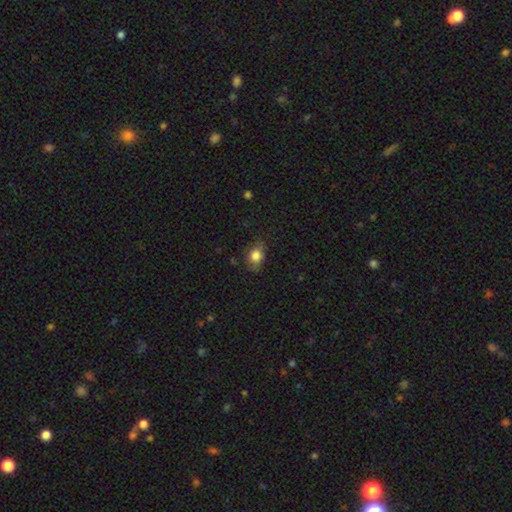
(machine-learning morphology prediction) type=smooth (81%); roundness=in between (53%); merging=none (67%).